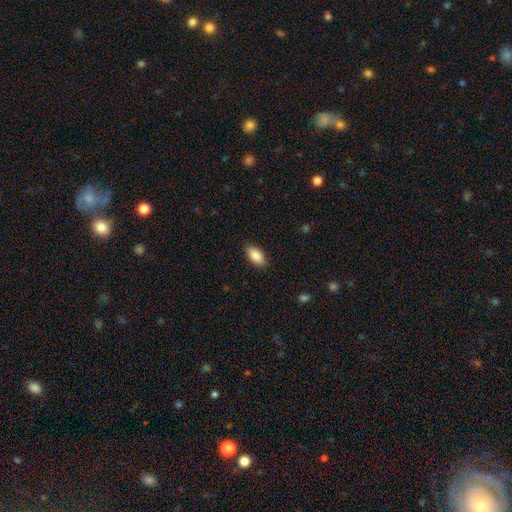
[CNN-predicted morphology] Smooth or featured: smooth — 88% (star or artifact — 6%)
How rounded: in between — 92% (cigar-shaped — 5%)
Merging: none — 87% (minor disturbance — 10%)